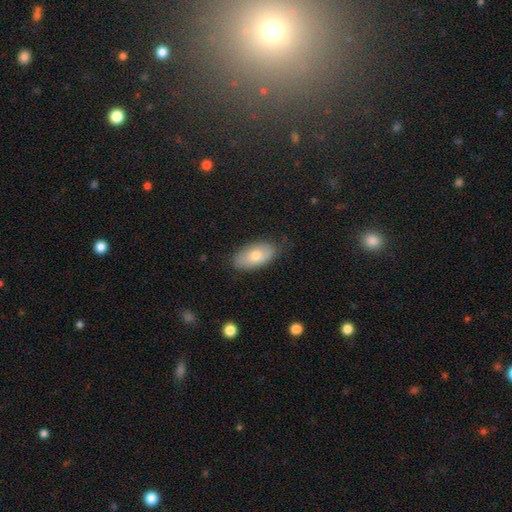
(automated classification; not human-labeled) Smooth or featured? Predicted: smooth (p=0.71). How rounded? Predicted: in between (p=0.93). Merging? Predicted: none (p=0.79).